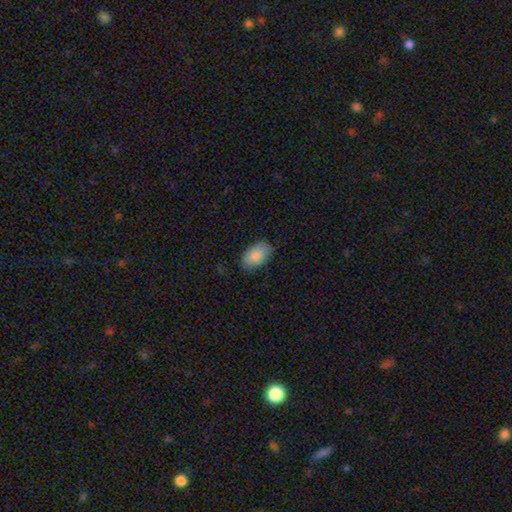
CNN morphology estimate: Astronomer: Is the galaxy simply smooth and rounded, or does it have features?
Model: smooth — 87%.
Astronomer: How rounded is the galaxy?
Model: in between — 92%.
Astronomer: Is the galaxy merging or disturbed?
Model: none — 82%.